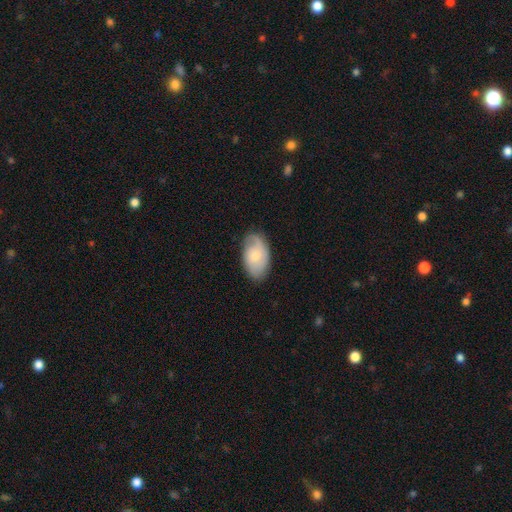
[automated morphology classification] smooth-or-featured: smooth: 51% | featured or disk: 43% | star or artifact: 6%
  how-rounded: in between: 93% | round: 6% | cigar-shaped: 2%
  merging: none: 73% | minor disturbance: 20% | major disturbance: 5% | merger: 1%